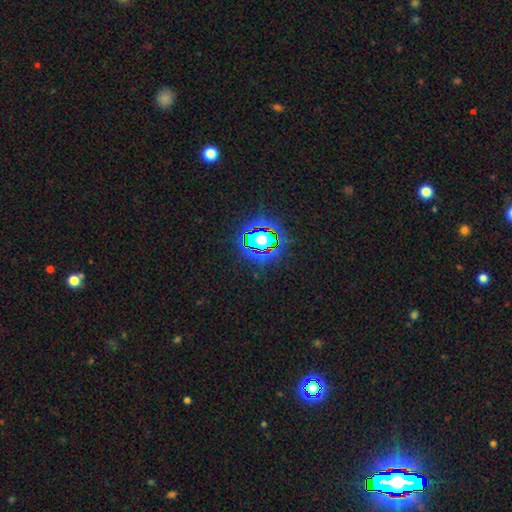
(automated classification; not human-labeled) Overall: star or artifact (81%).